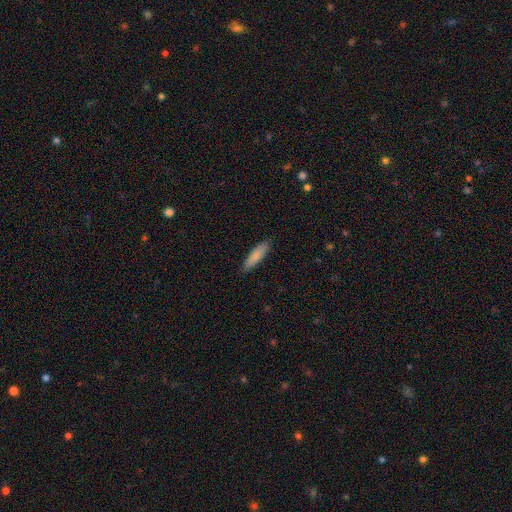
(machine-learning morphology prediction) Smooth or featured? smooth (86%)
How rounded? cigar-shaped (73%)
Merging? none (89%)